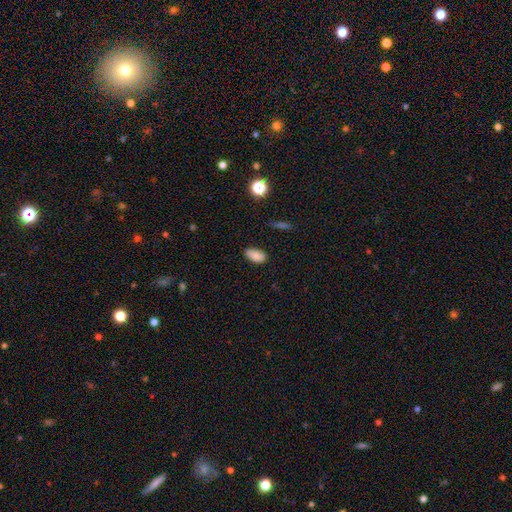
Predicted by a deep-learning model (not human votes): The model was most divided on "merging": none: 78%, minor disturbance: 17%, major disturbance: 3%, merger: 2%. More confident: how rounded — in between (92%); smooth or featured — smooth (84%).